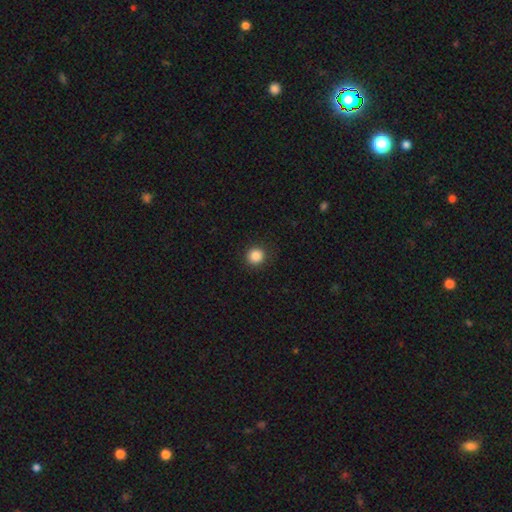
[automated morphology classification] This appears to be a smooth galaxy with no disk features (87%) that is round (94%). Merging: none (91%).